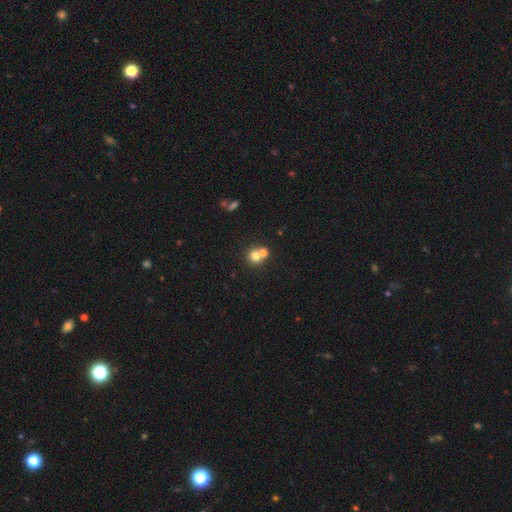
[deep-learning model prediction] Morphology: type=smooth (72%); roundness=round (87%); merging=none (47%).